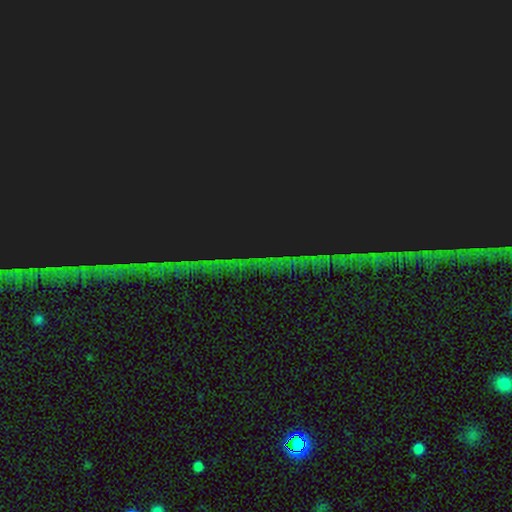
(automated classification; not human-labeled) smooth-or-featured: star or artifact: 85% | smooth: 7% | featured or disk: 7%